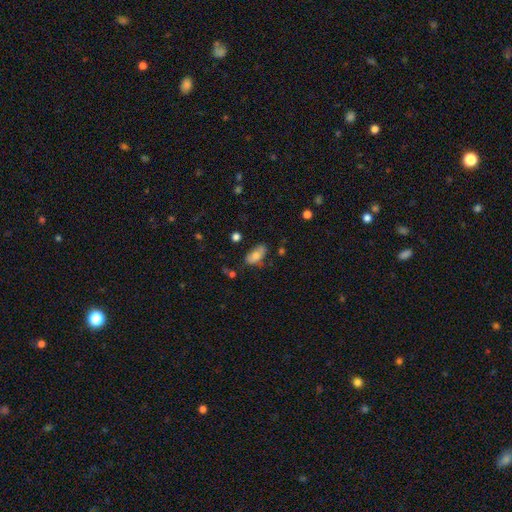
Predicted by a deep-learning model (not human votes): Smooth or featured? smooth (72%)
How rounded? in between (89%)
Merging? none (59%)